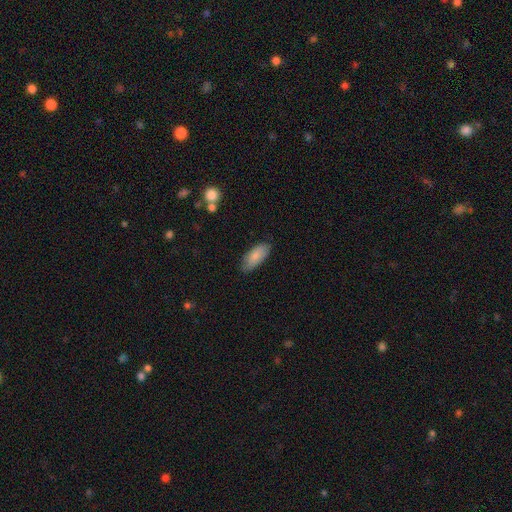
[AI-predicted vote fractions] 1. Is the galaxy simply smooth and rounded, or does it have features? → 83% smooth, 11% featured or disk, 6% star or artifact.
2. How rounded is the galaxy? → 85% in between, 13% cigar-shaped, 2% round.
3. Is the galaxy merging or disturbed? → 81% none, 15% minor disturbance, 3% major disturbance, 1% merger.